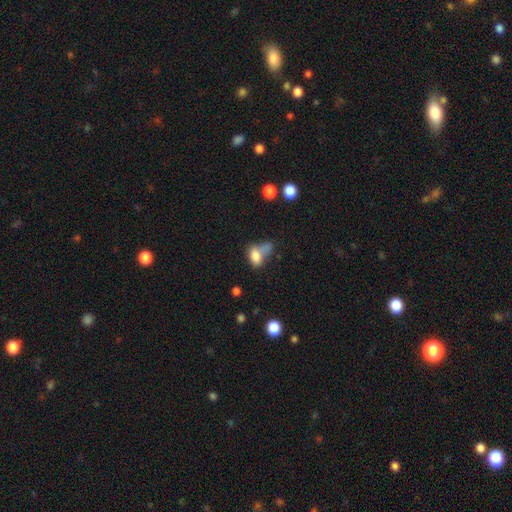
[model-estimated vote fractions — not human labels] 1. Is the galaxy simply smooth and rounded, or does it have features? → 76% smooth, 13% featured or disk, 11% star or artifact.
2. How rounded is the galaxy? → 82% in between, 15% round, 3% cigar-shaped.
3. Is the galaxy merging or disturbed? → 40% merger, 25% none, 18% minor disturbance, 17% major disturbance.